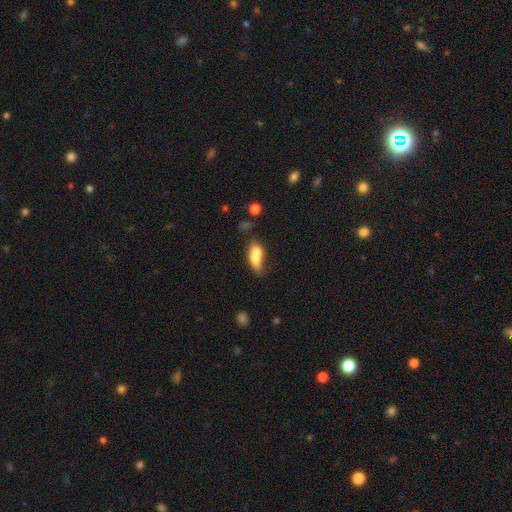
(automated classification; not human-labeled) Smooth or featured?
  - smooth: 73% *
  - featured or disk: 18%
  - star or artifact: 9%
How rounded?
  - in between: 78% *
  - cigar-shaped: 18%
  - round: 4%
Merging?
  - none: 32% *
  - merger: 28%
  - minor disturbance: 25%
  - major disturbance: 15%